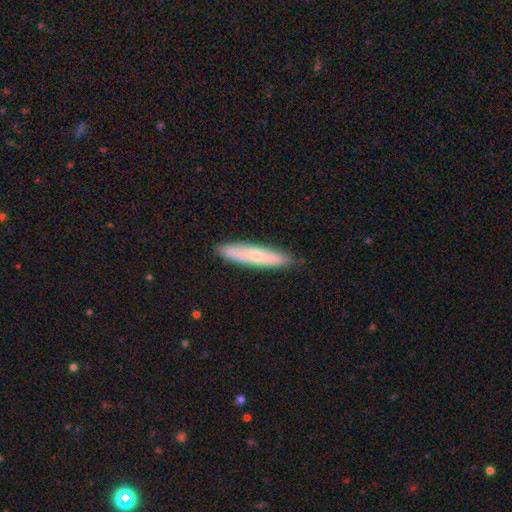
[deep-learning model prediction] The model was most divided on "smooth or featured": smooth: 60%, featured or disk: 34%, star or artifact: 6%. More confident: how rounded — cigar-shaped (89%); merging — none (88%).